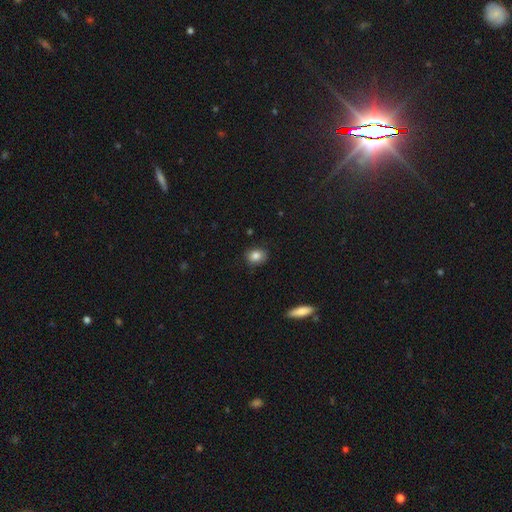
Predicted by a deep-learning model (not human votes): A smooth galaxy with no disk features (84%) that is in between round and cigar-shaped (51%). Merging: none (83%).